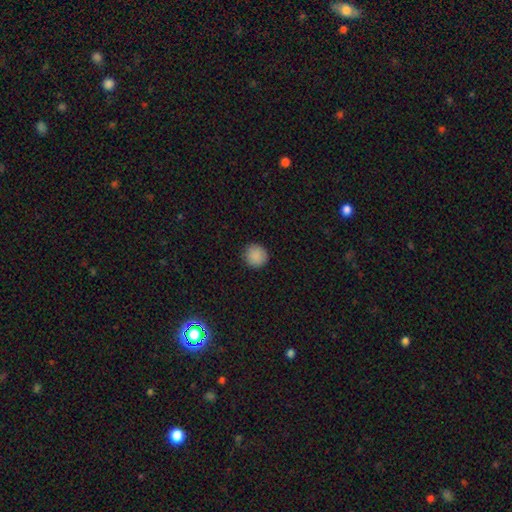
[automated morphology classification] Smooth or featured? smooth (89%)
How rounded? round (94%)
Merging? none (91%)